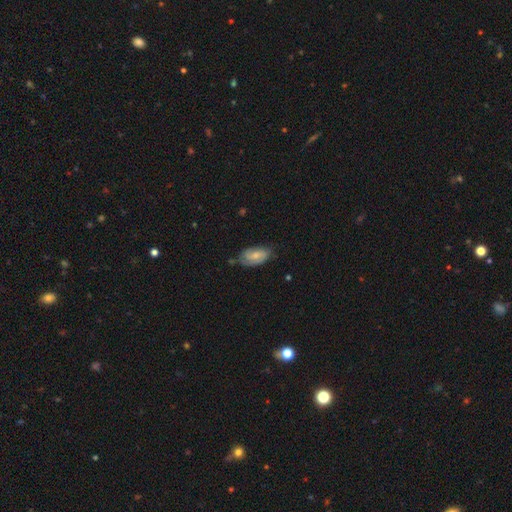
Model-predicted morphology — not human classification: Smooth or featured: featured or disk — 48% (smooth — 45%)
Merging: none — 58% (minor disturbance — 31%)